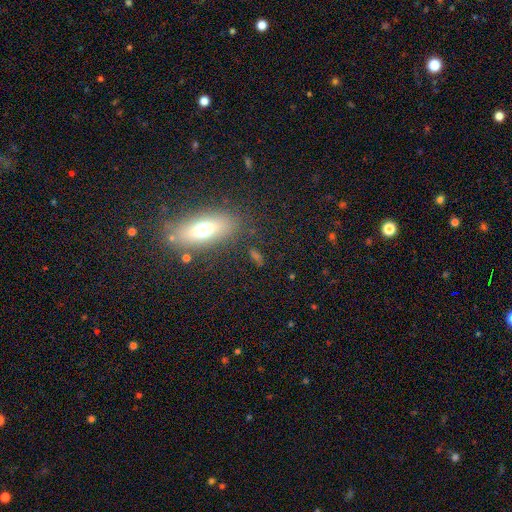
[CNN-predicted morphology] A smooth galaxy with no disk features (61%) that is in between round and cigar-shaped (59%). Merging: none (81%).